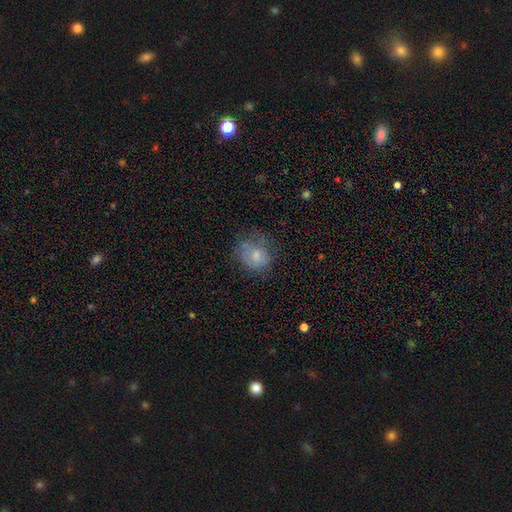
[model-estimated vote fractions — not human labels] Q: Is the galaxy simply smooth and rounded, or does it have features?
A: smooth — 66%.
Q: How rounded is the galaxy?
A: round — 65%.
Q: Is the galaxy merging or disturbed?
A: none — 49%.